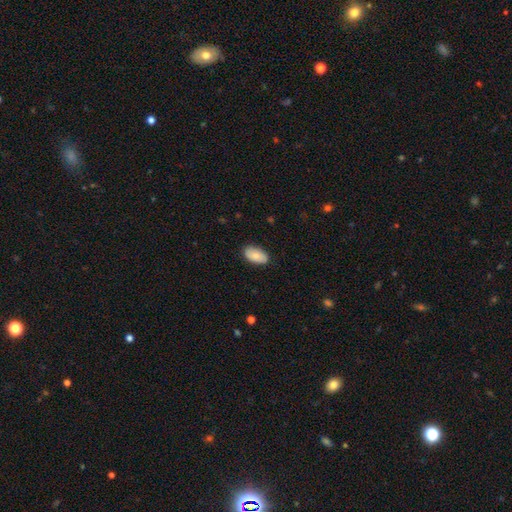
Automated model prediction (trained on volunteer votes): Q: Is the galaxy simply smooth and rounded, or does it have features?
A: smooth — 83%.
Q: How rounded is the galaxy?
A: in between — 94%.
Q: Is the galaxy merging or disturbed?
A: none — 84%.